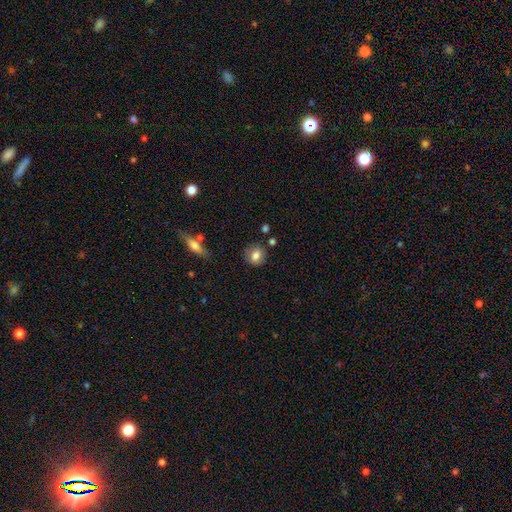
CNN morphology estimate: A smooth galaxy with no disk features (79%) that is round (75%).

Vote fractions:
- Smooth or featured? smooth: 79% / featured or disk: 12% / star or artifact: 9%
- How rounded? round: 75% / in between: 23% / cigar-shaped: 1%
- Merging? none: 81% / minor disturbance: 12% / merger: 3% / major disturbance: 3%